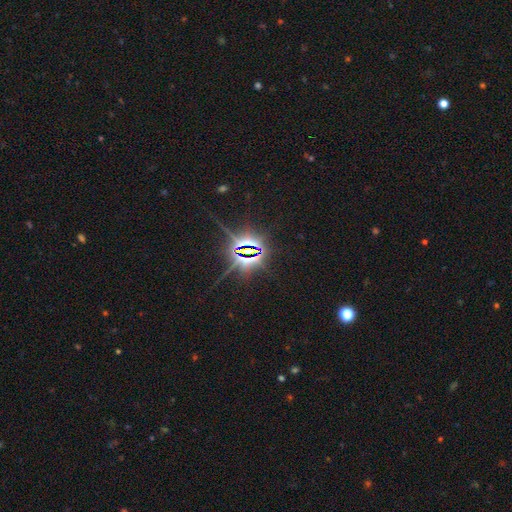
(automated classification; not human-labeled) smooth_or_featured: star or artifact (p=0.84) [alt: featured or disk p=0.08]